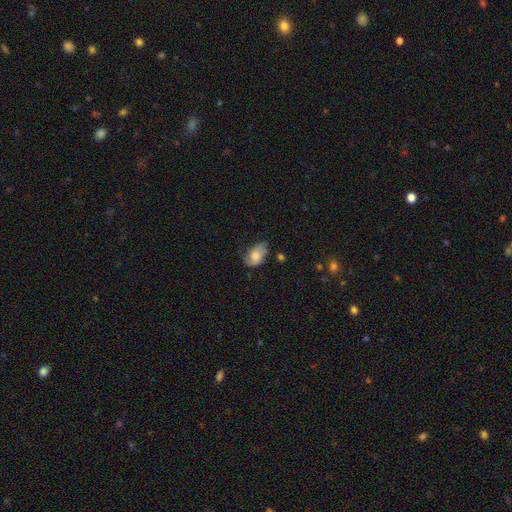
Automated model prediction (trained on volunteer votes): smooth-or-featured: smooth: 64% | featured or disk: 28% | star or artifact: 8%
  how-rounded: in between: 86% | round: 12% | cigar-shaped: 2%
  merging: none: 42% | minor disturbance: 38% | major disturbance: 17% | merger: 3%